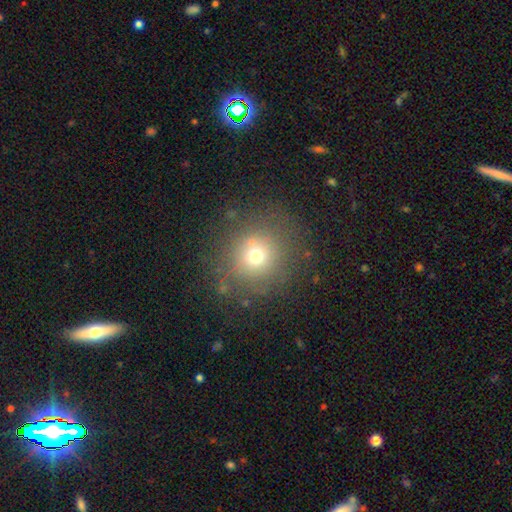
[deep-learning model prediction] Smooth or featured? Predicted: smooth (p=0.67). How rounded? Predicted: round (p=0.90). Merging? Predicted: none (p=0.79).